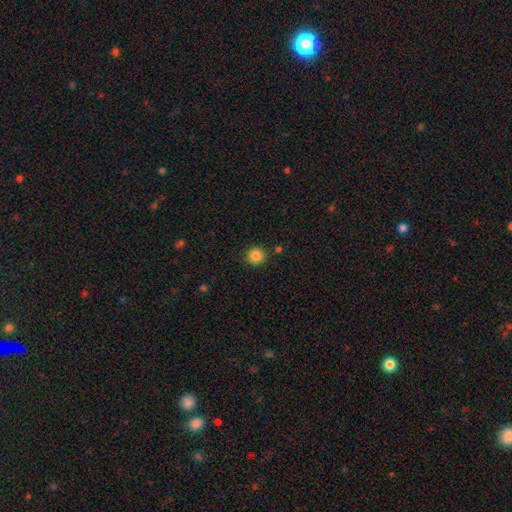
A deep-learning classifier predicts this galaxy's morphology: Q: Smooth or featured?
A: smooth (86%); runner-up: star or artifact (11%)
Q: How rounded?
A: round (92%); runner-up: in between (7%)
Q: Merging?
A: none (87%); runner-up: minor disturbance (8%)